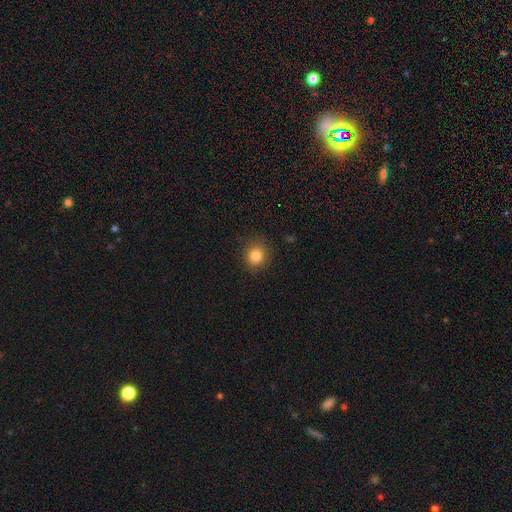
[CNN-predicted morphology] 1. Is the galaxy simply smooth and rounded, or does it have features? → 84% smooth, 11% star or artifact, 5% featured or disk.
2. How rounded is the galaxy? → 86% round, 13% in between, 1% cigar-shaped.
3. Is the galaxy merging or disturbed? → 87% none, 9% minor disturbance, 3% major disturbance, 1% merger.